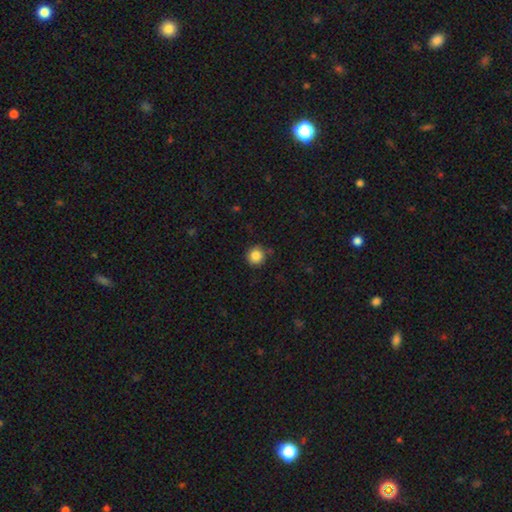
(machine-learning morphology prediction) This is clearly a smooth galaxy (85%). How rounded: clearly round (93%). Merging: clearly none (83%).